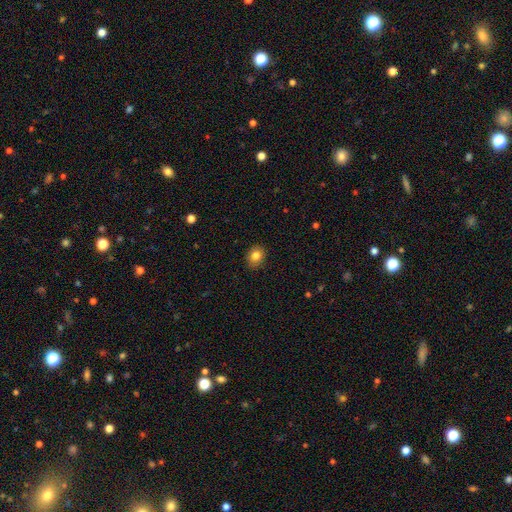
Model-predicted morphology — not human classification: This appears to be a smooth galaxy with no disk features (82%) that is round (60%). Merging: none (89%).